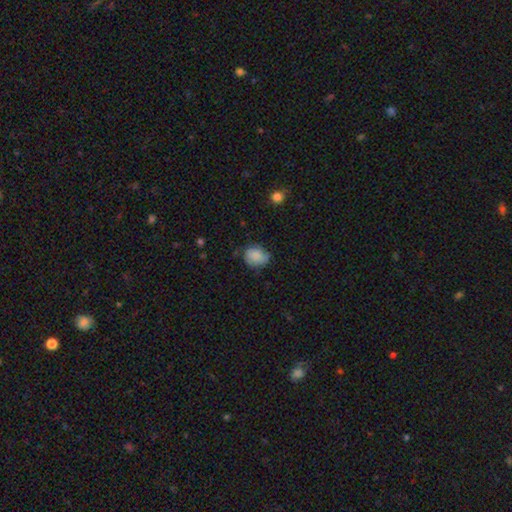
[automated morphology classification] smooth-or-featured: smooth: 79% | featured or disk: 13% | star or artifact: 9%
  how-rounded: round: 56% | in between: 43% | cigar-shaped: 1%
  merging: none: 58% | minor disturbance: 31% | major disturbance: 9% | merger: 2%